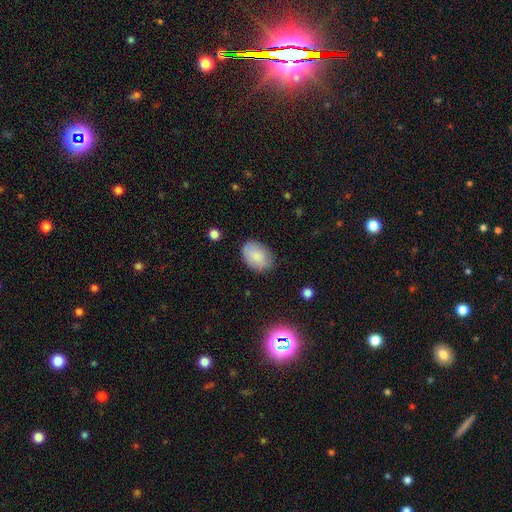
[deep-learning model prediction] smooth_or_featured: smooth (p=0.82) [alt: featured or disk p=0.11]
how_rounded: in between (p=0.85) [alt: round p=0.14]
merging: none (p=0.75) [alt: minor disturbance p=0.18]